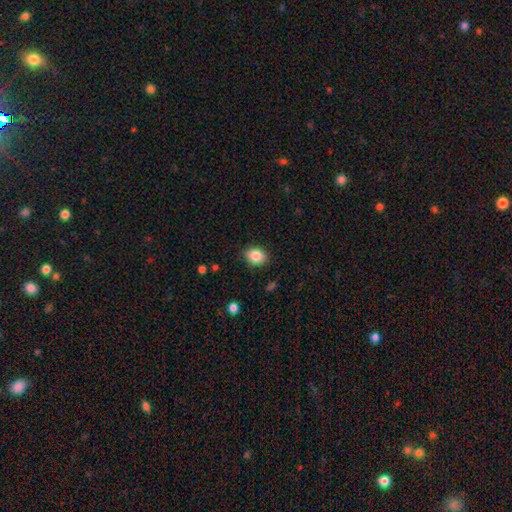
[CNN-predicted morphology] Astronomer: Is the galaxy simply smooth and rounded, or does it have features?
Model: smooth — 86%.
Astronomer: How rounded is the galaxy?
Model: in between — 58% (runner-up: round, 41%).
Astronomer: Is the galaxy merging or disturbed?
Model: none — 85%.